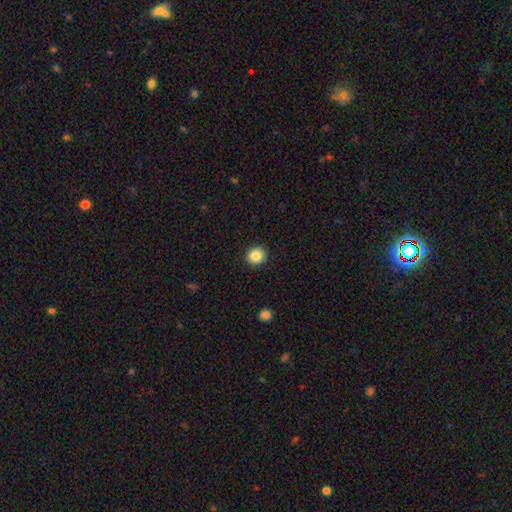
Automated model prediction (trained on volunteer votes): Q: Smooth or featured?
A: smooth (86%); runner-up: star or artifact (9%)
Q: How rounded?
A: round (84%); runner-up: in between (15%)
Q: Merging?
A: none (92%); runner-up: minor disturbance (5%)